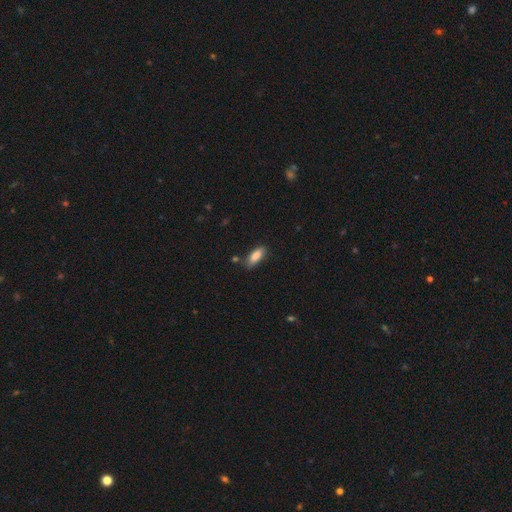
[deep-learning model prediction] Morphology: type=smooth (86%); roundness=in between (79%); merging=none (75%).